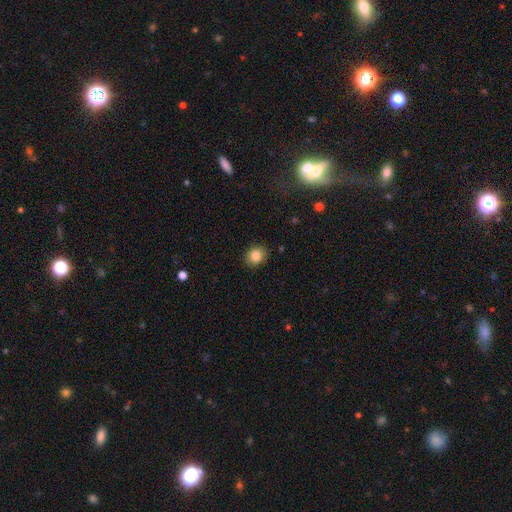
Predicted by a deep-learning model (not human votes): Overall: smooth (85%). How rounded: round (68%; in between 31%). Merging: none (89%).